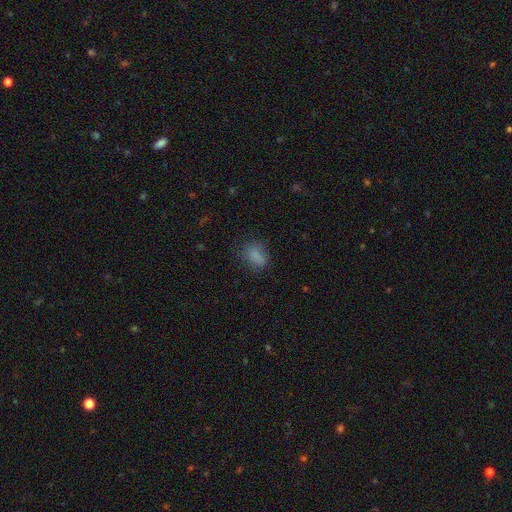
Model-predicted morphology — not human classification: Q: Smooth or featured?
A: smooth (82%); runner-up: star or artifact (12%)
Q: How rounded?
A: in between (74%); runner-up: round (23%)
Q: Merging?
A: none (74%); runner-up: minor disturbance (18%)